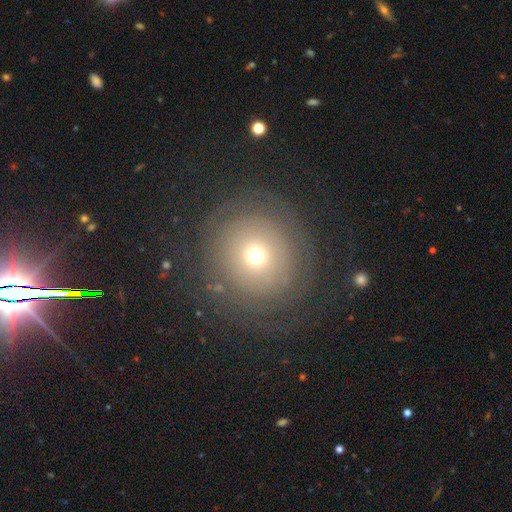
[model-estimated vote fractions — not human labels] A smooth galaxy with no disk features (44%). Merging: none (77%).